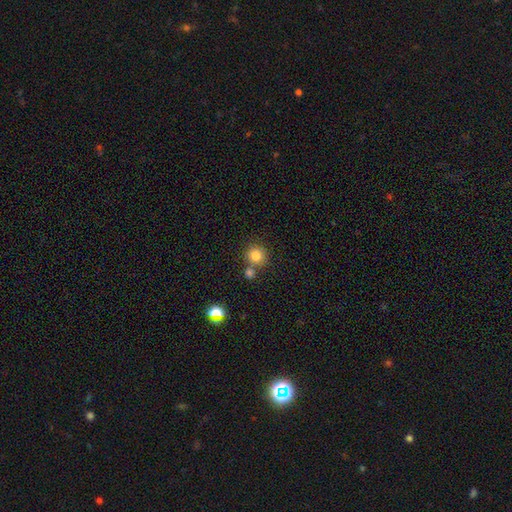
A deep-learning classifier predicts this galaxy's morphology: This appears to be a smooth galaxy with no disk features (82%) that is round (93%). Merging: none (69%).